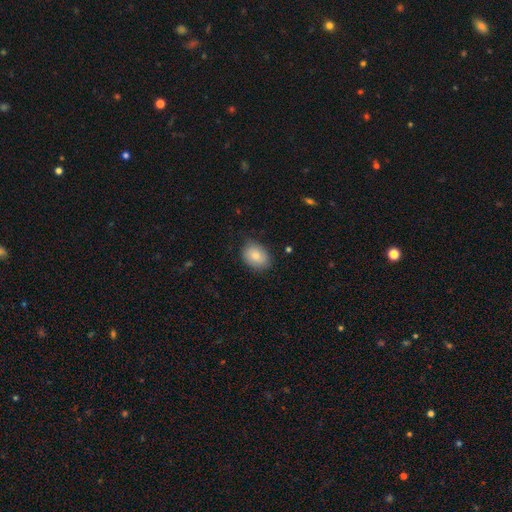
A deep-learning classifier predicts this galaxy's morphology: Smooth or featured? Predicted: smooth (p=0.81). How rounded? Predicted: in between (p=0.68). Merging? Predicted: none (p=0.78).